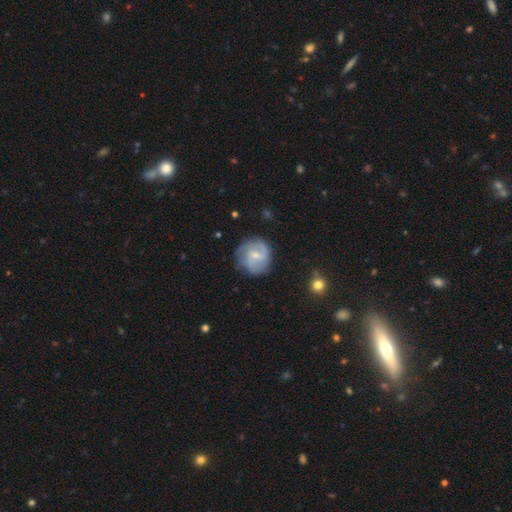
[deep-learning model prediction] Smooth or featured: featured or disk — 70% (smooth — 24%)
Edge-on disk: no — 98% (yes — 2%)
Bar: weak — 58% (no — 30%)
Spiral arms: yes — 91% (no — 9%)
Spiral winding: medium — 46% (loose — 29%)
Spiral arm count: 2 — 65% (can't tell — 15%)
Bulge size: small — 55% (moderate — 36%)
Merging: none — 73% (minor disturbance — 18%)